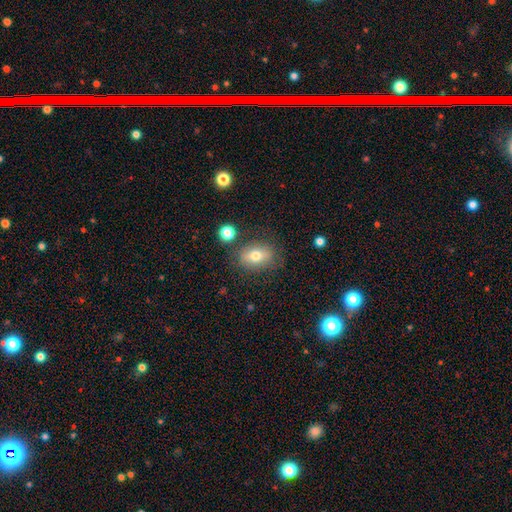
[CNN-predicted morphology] smooth_or_featured: smooth (p=0.69) [alt: featured or disk p=0.21]
how_rounded: in between (p=0.73) [alt: round p=0.25]
merging: none (p=0.77) [alt: minor disturbance p=0.14]